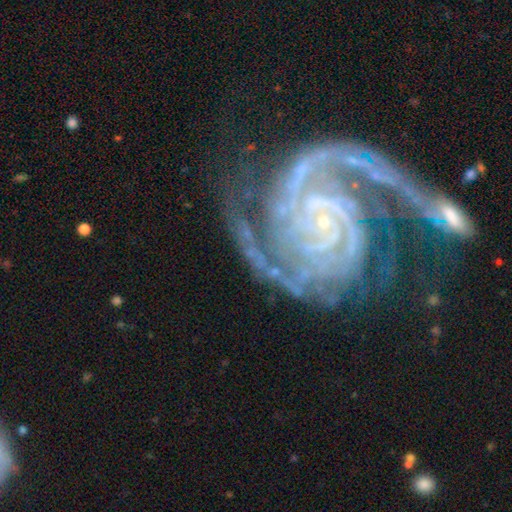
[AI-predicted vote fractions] The model was most divided on "spiral arm count": 2: 40%, 3: 20%, can't tell: 13%, 4: 11%, more than 4: 8%, 1: 7%. More confident: spiral arms — yes (98%); edge-on disk — no (98%); smooth or featured — featured or disk (91%); bulge size — small (85%); spiral winding — tight (70%); bar — no (60%); merging — none (57%).